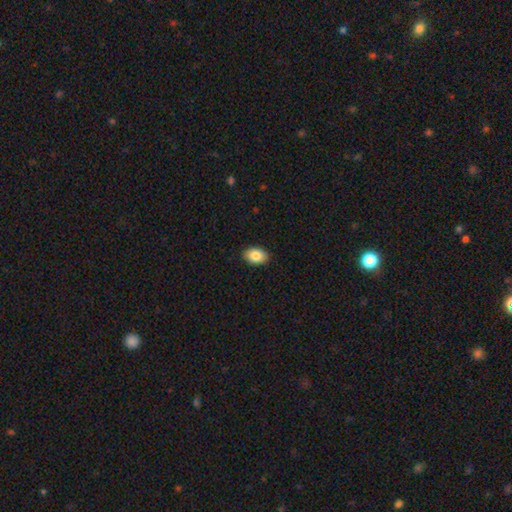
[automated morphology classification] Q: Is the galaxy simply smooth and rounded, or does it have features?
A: smooth — 86%.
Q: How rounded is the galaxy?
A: in between — 85%.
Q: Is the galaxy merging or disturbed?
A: none — 90%.